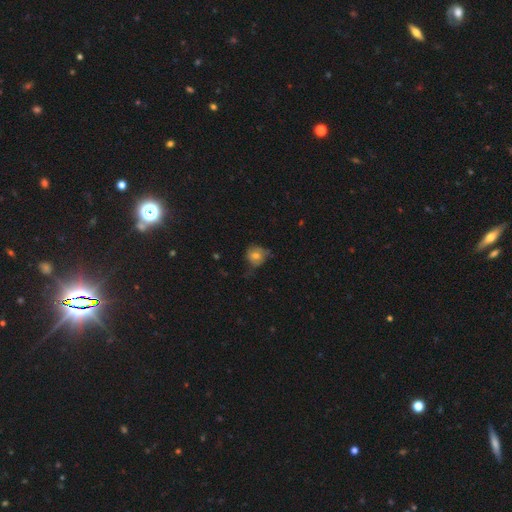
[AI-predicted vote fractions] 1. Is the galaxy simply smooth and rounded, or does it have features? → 64% smooth, 26% featured or disk, 10% star or artifact.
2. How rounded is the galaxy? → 77% round, 22% in between, 1% cigar-shaped.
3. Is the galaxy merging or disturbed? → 47% none, 33% minor disturbance, 18% major disturbance, 2% merger.